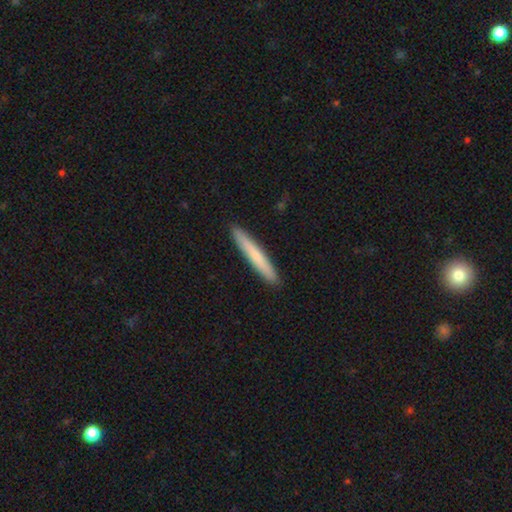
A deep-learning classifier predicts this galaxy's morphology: smooth 71%, featured or disk 24%, star or artifact 5%. Down the decision tree: how rounded — cigar-shaped (96%); merging — none (92%).